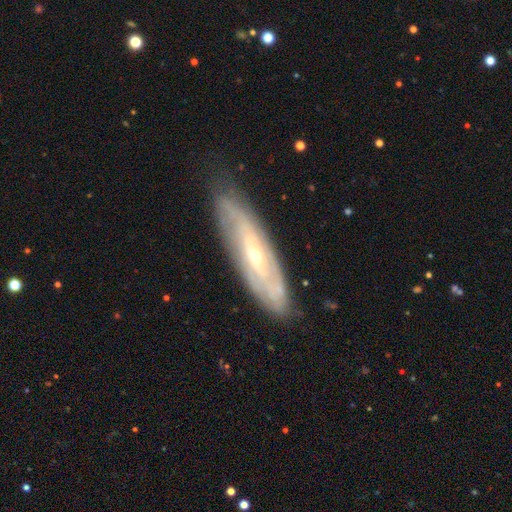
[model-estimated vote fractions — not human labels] smooth-or-featured: featured or disk: 76% | smooth: 17% | star or artifact: 7%
  disk-edge-on: no: 73% | yes: 27%
    bar: no: 60% | weak: 29% | strong: 11%
    has-spiral-arms: yes: 81% | no: 19%
    bulge-size: small: 67% | moderate: 30% | large: 1% | none: 1% | dominant: 1%
  merging: none: 78% | minor disturbance: 16% | major disturbance: 4% | merger: 1%